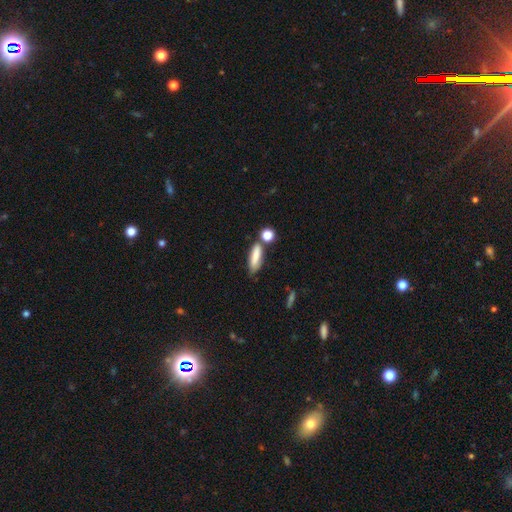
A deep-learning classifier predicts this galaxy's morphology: smooth 80%, featured or disk 12%, star or artifact 8%. Down the decision tree: how rounded — cigar-shaped (53%); merging — none (57%).